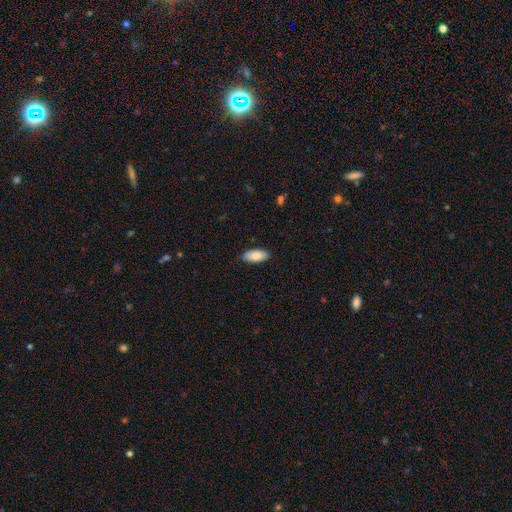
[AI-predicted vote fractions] Smooth or featured: smooth — 85% (featured or disk — 8%)
How rounded: in between — 91% (cigar-shaped — 7%)
Merging: none — 87% (minor disturbance — 10%)